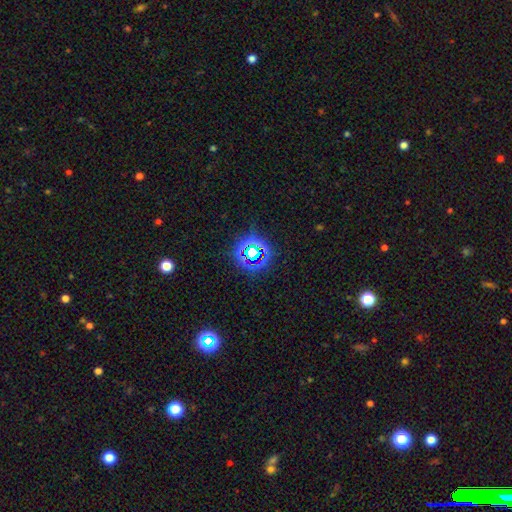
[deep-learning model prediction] A star or artifact, not a galaxy (70%).

Vote fractions:
- Smooth or featured? star or artifact: 70% / smooth: 20% / featured or disk: 10%